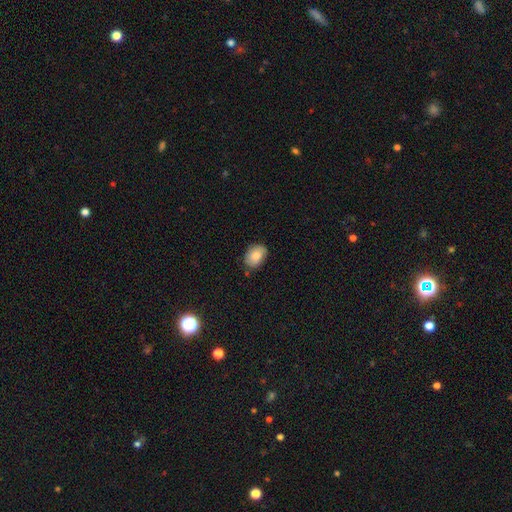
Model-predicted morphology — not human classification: Smooth or featured: smooth — 83% (featured or disk — 10%)
How rounded: in between — 79% (round — 20%)
Merging: none — 77% (minor disturbance — 18%)